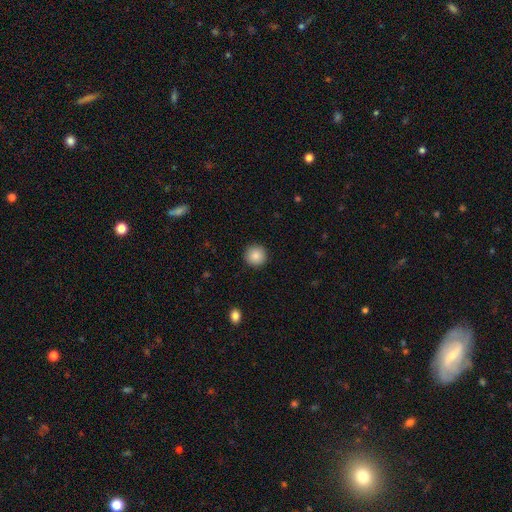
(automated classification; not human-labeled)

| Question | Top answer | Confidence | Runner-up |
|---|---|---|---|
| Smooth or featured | smooth | 86% | star or artifact (9%) |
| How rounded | round | 96% | in between (4%) |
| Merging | none | 93% | minor disturbance (5%) |